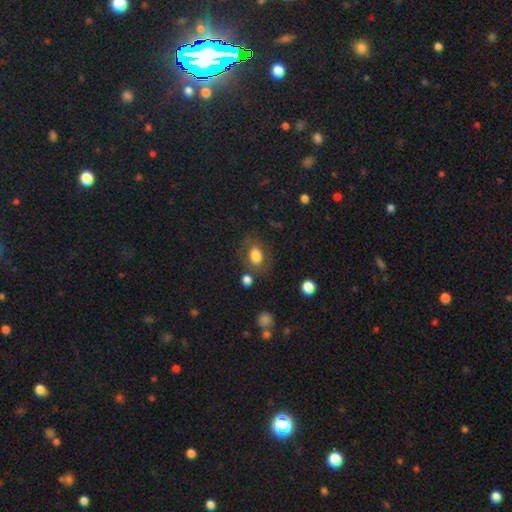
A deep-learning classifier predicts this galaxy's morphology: smooth 75%, featured or disk 16%, star or artifact 9%. Down the decision tree: how rounded — in between (77%); merging — none (70%).